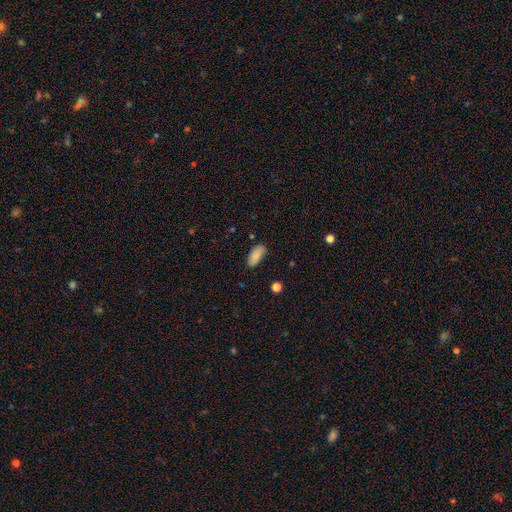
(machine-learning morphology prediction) The model was most divided on "merging": none: 79%, minor disturbance: 16%, major disturbance: 3%, merger: 2%. More confident: how rounded — in between (90%); smooth or featured — smooth (86%).